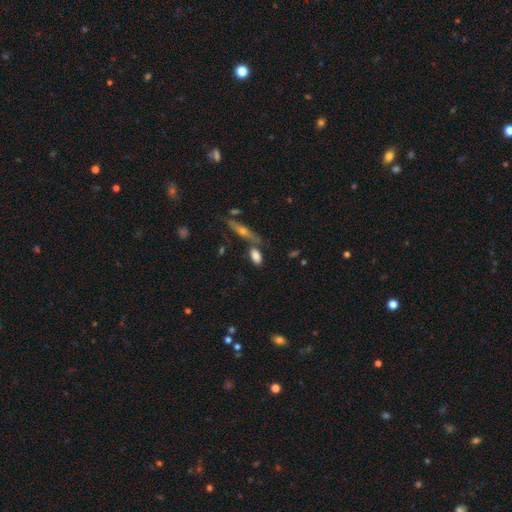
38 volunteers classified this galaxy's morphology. Smooth or featured? 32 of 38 (84%) said smooth. How rounded? 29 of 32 (91%) said in between. Merging? 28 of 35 (80%) said none.